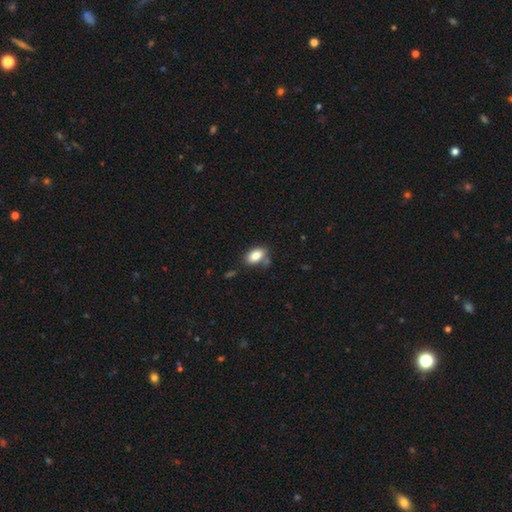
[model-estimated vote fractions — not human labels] smooth 84%, featured or disk 8%, star or artifact 8%. Down the decision tree: how rounded — in between (91%); merging — none (72%).